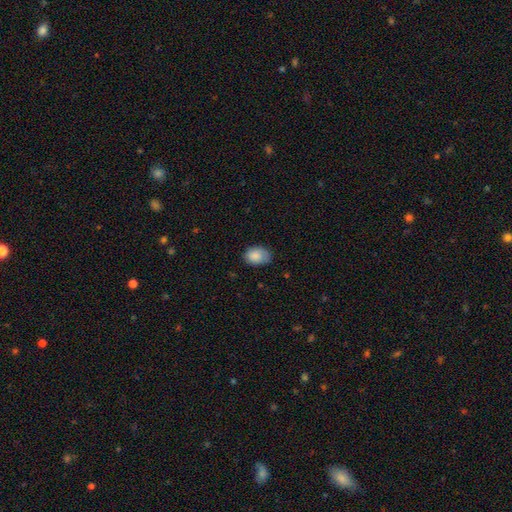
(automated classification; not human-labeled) This is clearly a smooth galaxy (86%). How rounded: likely in between (79%). Merging: likely none (72%).